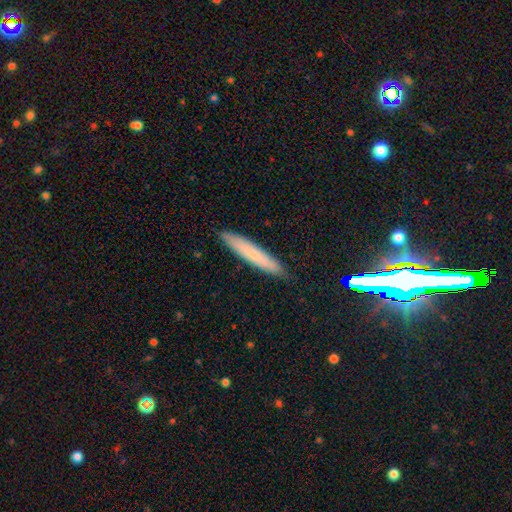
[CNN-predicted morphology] A smooth galaxy with no disk features (73%) that is cigar-shaped (92%).

Vote fractions:
- Smooth or featured? smooth: 73% / featured or disk: 20% / star or artifact: 7%
- How rounded? cigar-shaped: 92% / in between: 7% / round: 1%
- Merging? none: 89% / minor disturbance: 9% / major disturbance: 2% / merger: 1%